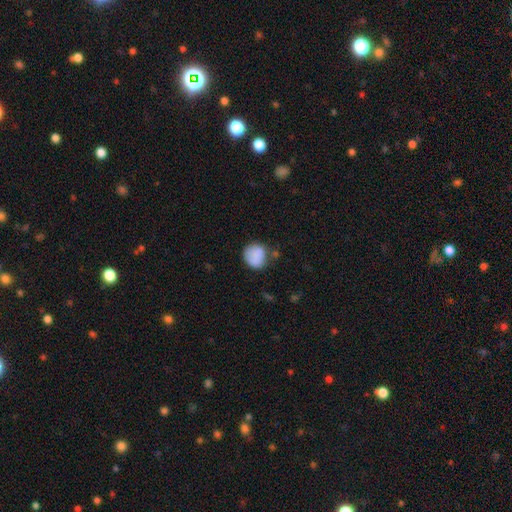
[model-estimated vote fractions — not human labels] The model was most divided on "merging": none: 64%, minor disturbance: 23%, major disturbance: 7%, merger: 6%. More confident: smooth or featured — smooth (84%); how rounded — round (81%).